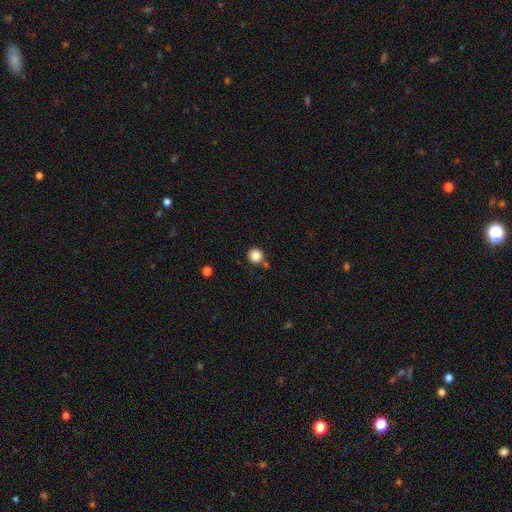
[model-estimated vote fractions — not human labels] Overall: smooth (85%). How rounded: round (93%). Merging: none (75%).